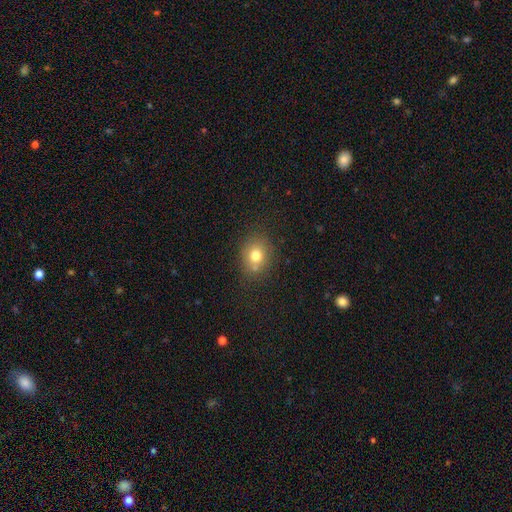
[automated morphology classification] Q: Smooth or featured?
A: smooth (76%); runner-up: star or artifact (13%)
Q: How rounded?
A: round (60%); runner-up: in between (39%)
Q: Merging?
A: none (74%); runner-up: minor disturbance (15%)